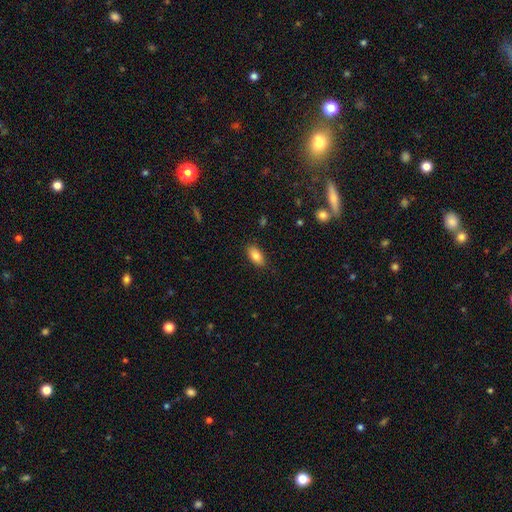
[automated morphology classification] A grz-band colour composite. It shows a smooth galaxy with no disk features (83%) that is in between round and cigar-shaped (91%). Merging: none (87%).